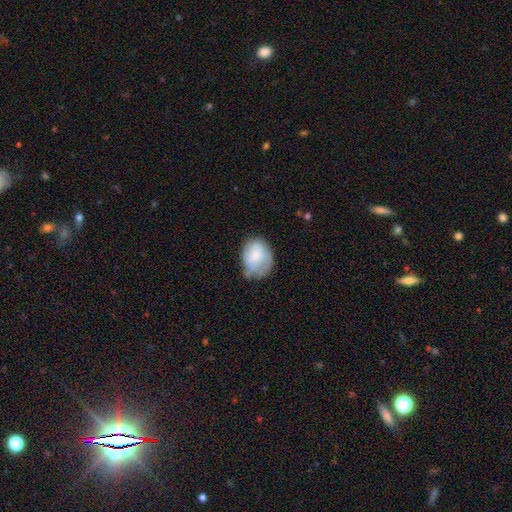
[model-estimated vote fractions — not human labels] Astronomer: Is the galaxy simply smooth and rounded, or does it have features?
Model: smooth — 67%.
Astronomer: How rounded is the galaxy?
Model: in between — 58% (runner-up: round, 41%).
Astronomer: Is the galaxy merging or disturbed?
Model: none — 42% (runner-up: minor disturbance, 39%).